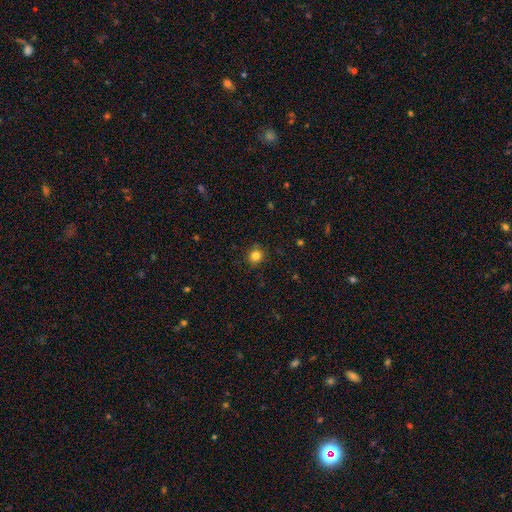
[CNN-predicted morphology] Overall: smooth (82%). How rounded: round (91%). Merging: none (88%).